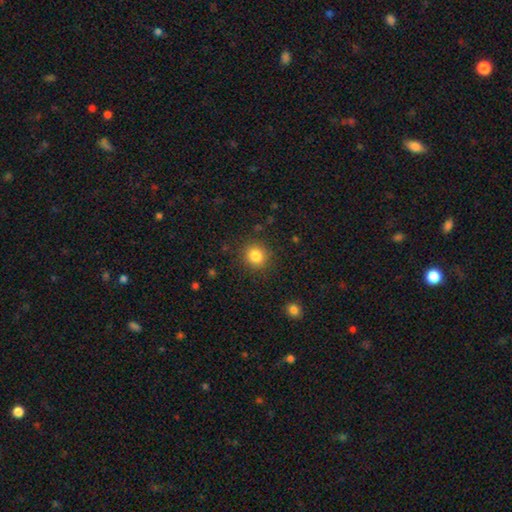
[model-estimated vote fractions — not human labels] Overall: smooth (84%). How rounded: round (85%). Merging: none (88%).